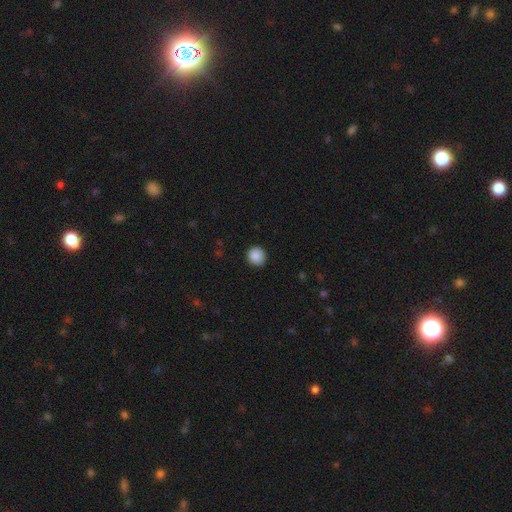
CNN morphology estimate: smooth-or-featured: smooth: 89% | star or artifact: 9% | featured or disk: 3%
  how-rounded: round: 92% | in between: 7% | cigar-shaped: 1%
  merging: none: 90% | minor disturbance: 7% | major disturbance: 2% | merger: 1%